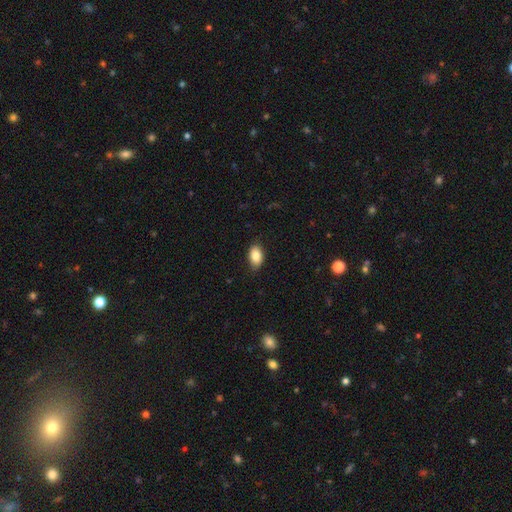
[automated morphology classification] Q: Smooth or featured?
A: smooth (86%); runner-up: star or artifact (8%)
Q: How rounded?
A: in between (89%); runner-up: round (9%)
Q: Merging?
A: none (82%); runner-up: minor disturbance (15%)